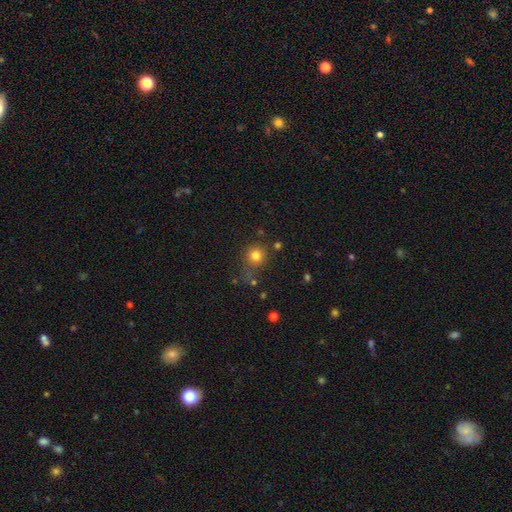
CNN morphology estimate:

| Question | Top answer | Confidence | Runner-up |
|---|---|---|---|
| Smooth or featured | smooth | 79% | star or artifact (15%) |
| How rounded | round | 89% | in between (10%) |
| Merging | none | 66% | minor disturbance (17%) |